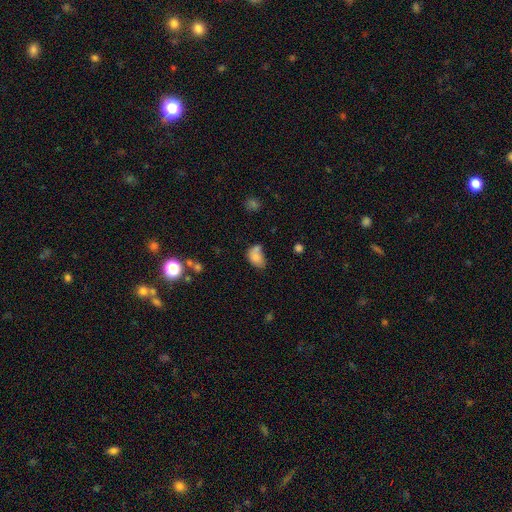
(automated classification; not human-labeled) A smooth galaxy with no disk features (77%) that is in between round and cigar-shaped (82%).

Vote fractions:
- Smooth or featured? smooth: 77% / featured or disk: 13% / star or artifact: 11%
- How rounded? in between: 82% / round: 17% / cigar-shaped: 1%
- Merging? none: 33% / merger: 28% / minor disturbance: 25% / major disturbance: 13%